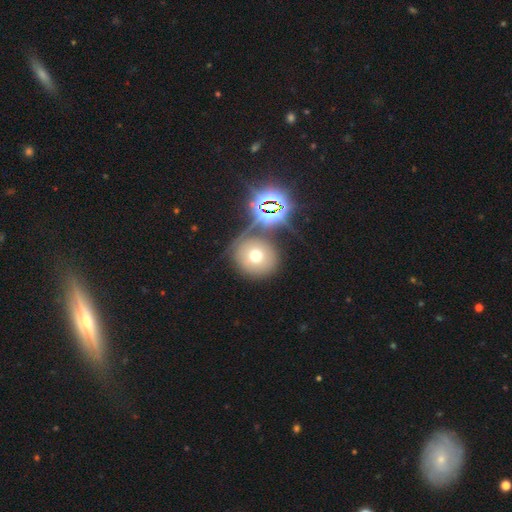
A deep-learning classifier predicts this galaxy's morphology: Smooth or featured? smooth (60%)
How rounded? round (89%)
Merging? none (72%)